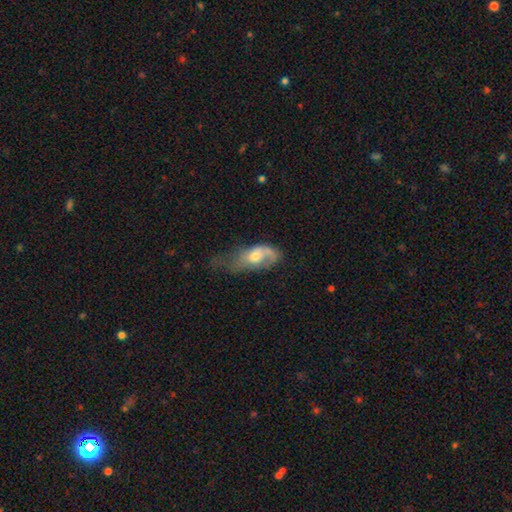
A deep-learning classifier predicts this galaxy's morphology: Q: Smooth or featured?
A: featured or disk (49%); runner-up: smooth (44%)
Q: Merging?
A: major disturbance (41%); runner-up: minor disturbance (30%)